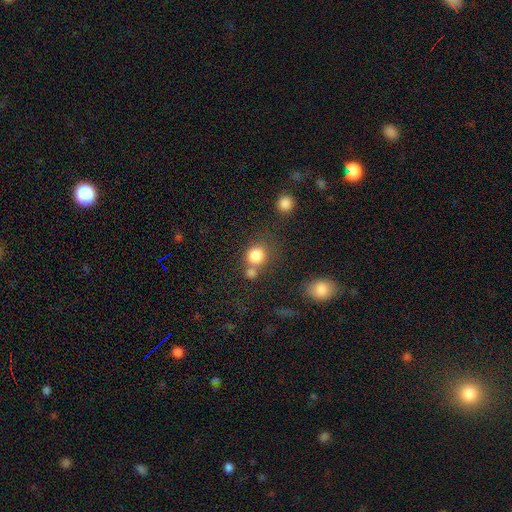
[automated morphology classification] smooth-or-featured: smooth: 81% | star or artifact: 12% | featured or disk: 7%
  how-rounded: round: 79% | in between: 20% | cigar-shaped: 1%
  merging: none: 50% | merger: 33% | minor disturbance: 11% | major disturbance: 6%